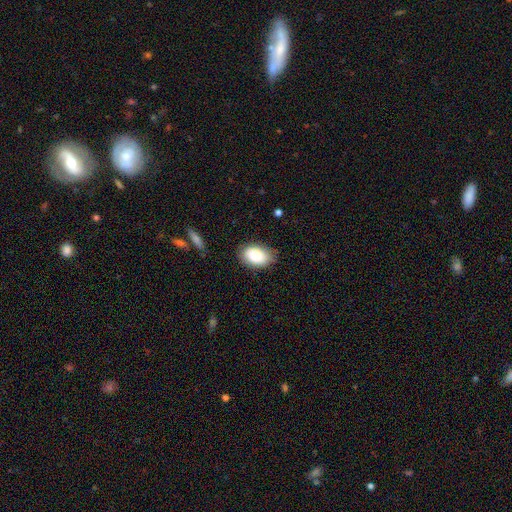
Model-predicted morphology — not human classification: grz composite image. It shows a smooth galaxy with no disk features (83%) that is in between round and cigar-shaped (88%). Merging: none (78%).